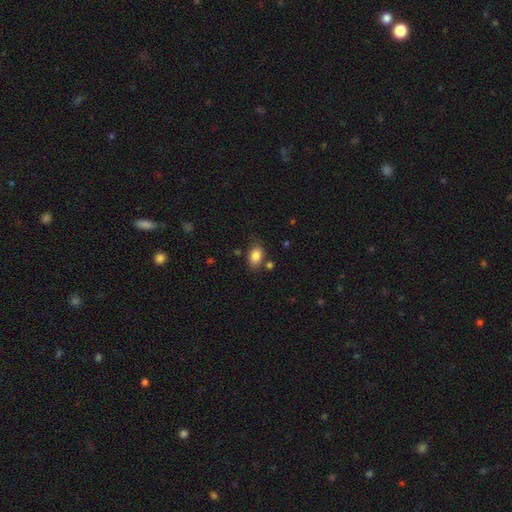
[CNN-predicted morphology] Smooth or featured? Predicted: smooth (p=0.85). How rounded? Predicted: in between (p=0.80). Merging? Predicted: none (p=0.75).